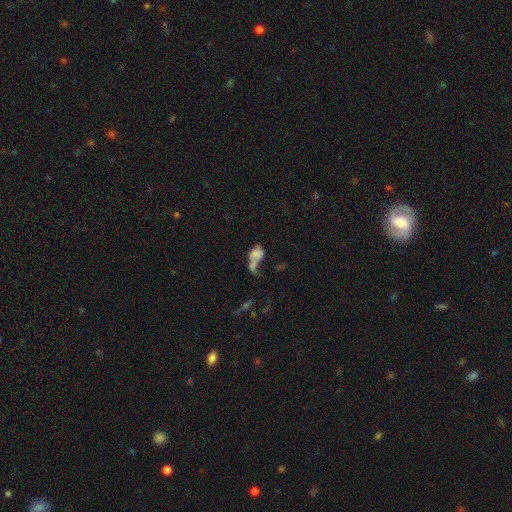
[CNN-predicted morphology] A smooth galaxy with no disk features (56%) that is in between round and cigar-shaped (78%).

Vote fractions:
- Smooth or featured? smooth: 56% / featured or disk: 31% / star or artifact: 13%
- How rounded? in between: 78% / round: 18% / cigar-shaped: 4%
- Merging? merger: 60% / major disturbance: 19% / none: 13% / minor disturbance: 8%